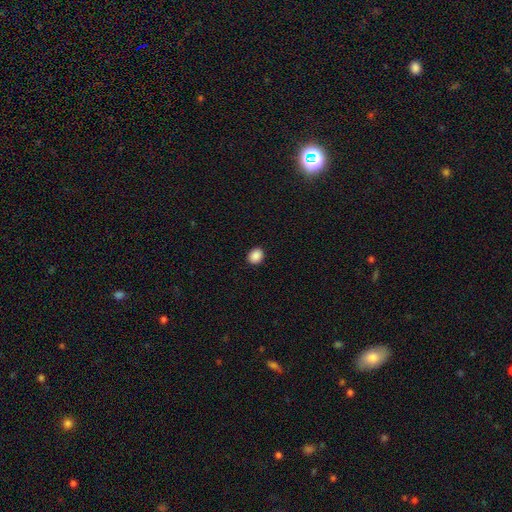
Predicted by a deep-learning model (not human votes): Smooth or featured? smooth (89%)
How rounded? round (54%)
Merging? none (91%)